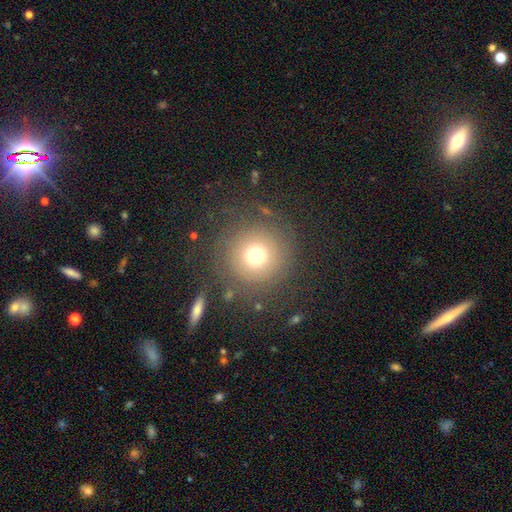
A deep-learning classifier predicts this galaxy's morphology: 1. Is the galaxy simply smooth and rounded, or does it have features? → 67% smooth, 17% featured or disk, 16% star or artifact.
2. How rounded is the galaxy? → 95% round, 4% in between, 1% cigar-shaped.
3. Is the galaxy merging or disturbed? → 80% none, 10% minor disturbance, 8% major disturbance, 3% merger.